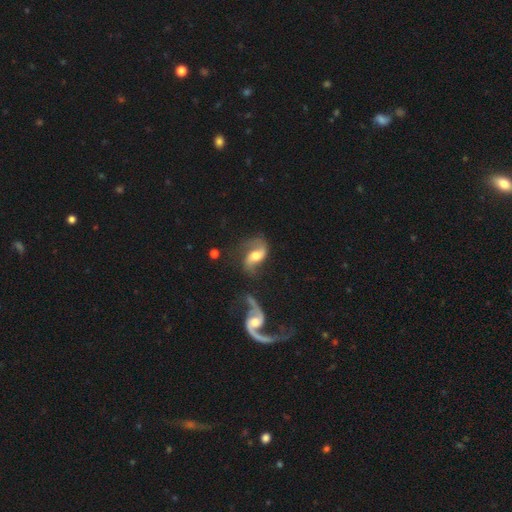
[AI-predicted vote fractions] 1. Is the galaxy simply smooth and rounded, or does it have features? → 80% featured or disk, 14% smooth, 6% star or artifact.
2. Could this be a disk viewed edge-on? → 96% no, 4% yes.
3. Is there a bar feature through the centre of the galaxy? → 42% weak, 38% no, 20% strong.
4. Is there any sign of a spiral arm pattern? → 94% yes, 6% no.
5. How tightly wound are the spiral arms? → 62% loose, 31% medium, 7% tight.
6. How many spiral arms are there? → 90% 2, 4% 1, 3% can't tell, 1% 3, 1% 4, 1% more than 4.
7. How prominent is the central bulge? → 62% moderate, 20% large, 14% small, 2% none, 2% dominant.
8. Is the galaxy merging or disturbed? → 52% none, 20% minor disturbance, 16% major disturbance, 12% merger.